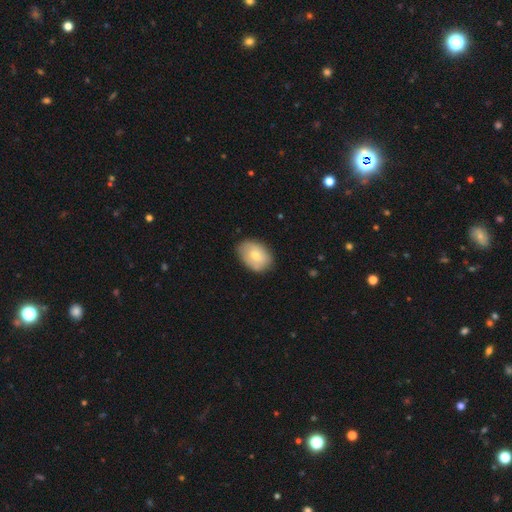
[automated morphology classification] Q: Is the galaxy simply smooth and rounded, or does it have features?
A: smooth — 72%.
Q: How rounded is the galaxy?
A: in between — 80%.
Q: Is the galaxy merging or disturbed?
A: none — 77%.